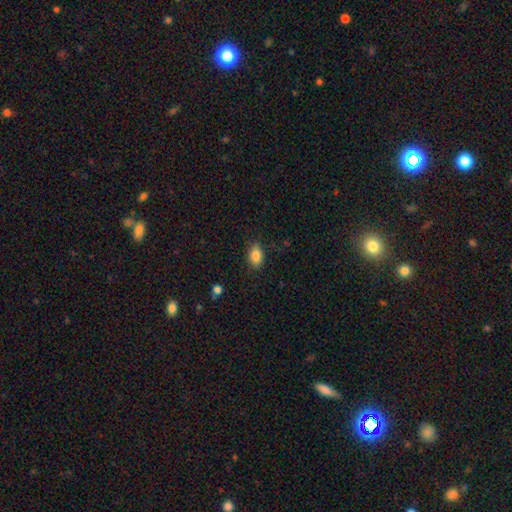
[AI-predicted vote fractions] A smooth galaxy with no disk features (84%) that is in between round and cigar-shaped (84%).

Vote fractions:
- Smooth or featured? smooth: 84% / star or artifact: 9% / featured or disk: 7%
- How rounded? in between: 84% / round: 14% / cigar-shaped: 3%
- Merging? none: 83% / minor disturbance: 14% / major disturbance: 3% / merger: 1%